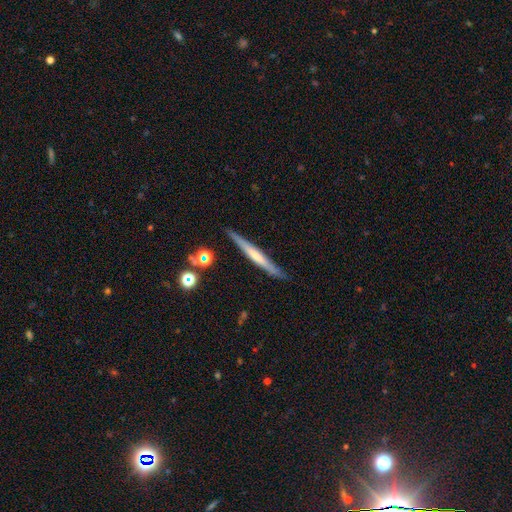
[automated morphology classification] Overall: featured or disk (52%; smooth 41%). Edge-on disk: yes (95%). Merging: none (87%).